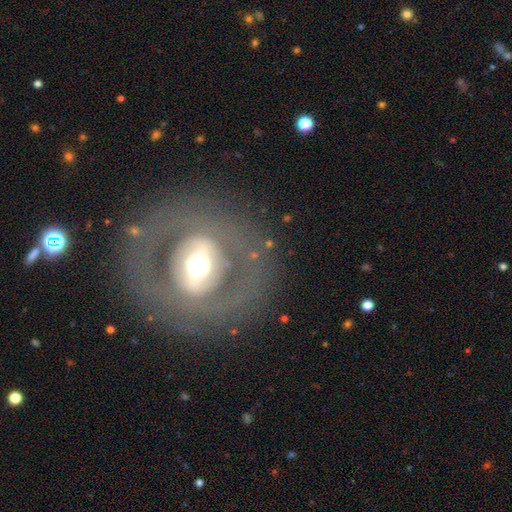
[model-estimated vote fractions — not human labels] A featured or disk galaxy (69%) with no bar (36%), no spiral arms (70%) and a moderate central bulge (57%). Merging: none (80%).